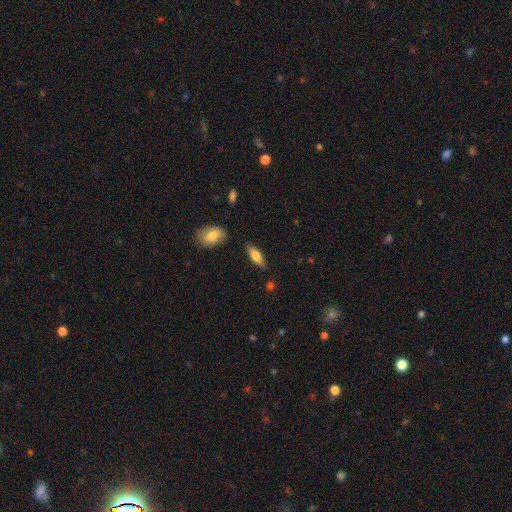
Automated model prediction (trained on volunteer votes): smooth-or-featured: smooth: 72% | featured or disk: 21% | star or artifact: 6%
  how-rounded: in between: 57% | cigar-shaped: 40% | round: 2%
  merging: none: 81% | minor disturbance: 13% | merger: 3% | major disturbance: 3%